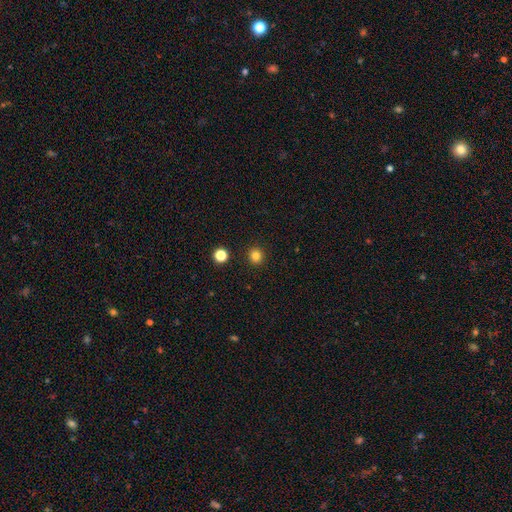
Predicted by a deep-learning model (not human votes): Smooth or featured?
  - smooth: 82% *
  - star or artifact: 13%
  - featured or disk: 5%
How rounded?
  - round: 93% *
  - in between: 6%
  - cigar-shaped: 1%
Merging?
  - none: 92% *
  - minor disturbance: 5%
  - major disturbance: 2%
  - merger: 1%